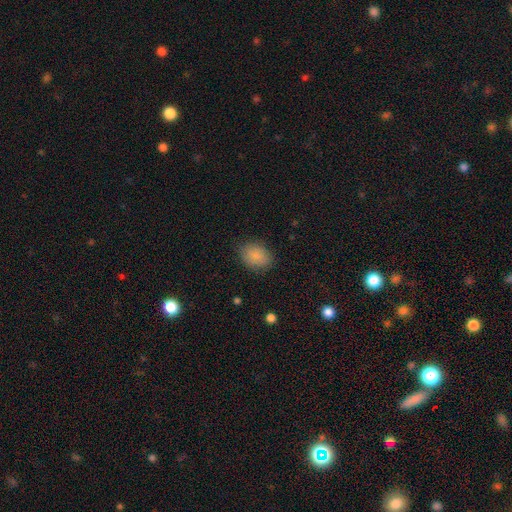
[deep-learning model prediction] Smooth or featured: smooth — 87% (star or artifact — 8%)
How rounded: in between — 67% (round — 32%)
Merging: none — 81% (minor disturbance — 14%)